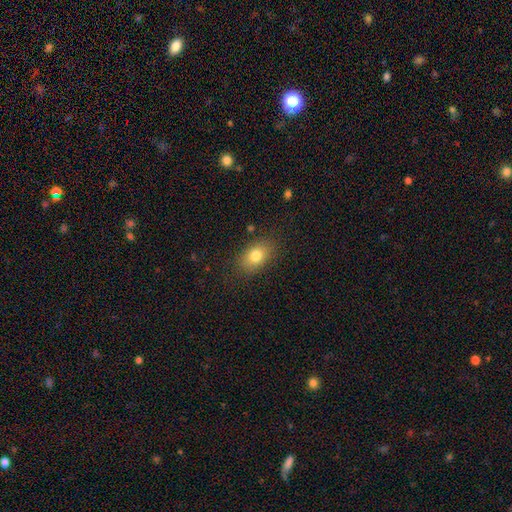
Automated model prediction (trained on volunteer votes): Overall: smooth (79%). How rounded: in between (83%). Merging: none (83%).